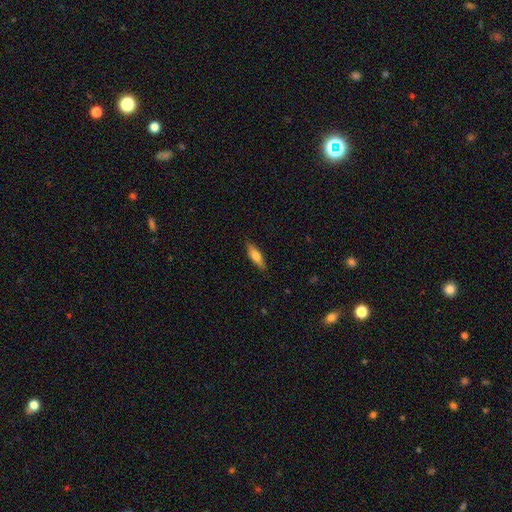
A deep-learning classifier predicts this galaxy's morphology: This is likely a smooth galaxy (63%). How rounded: possibly cigar-shaped (58%). Merging: clearly none (85%).